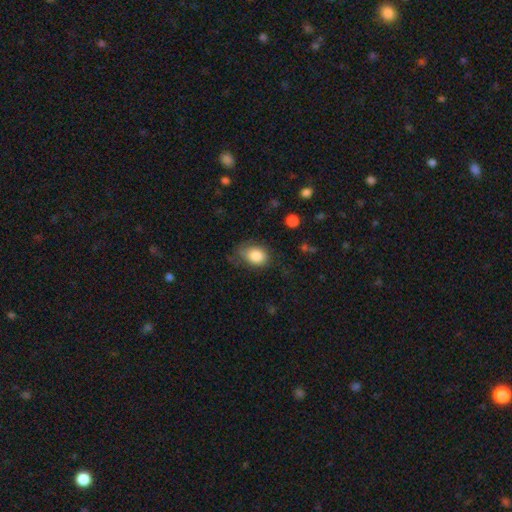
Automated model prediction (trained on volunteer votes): Smooth or featured? smooth (84%)
How rounded? in between (70%)
Merging? none (57%)